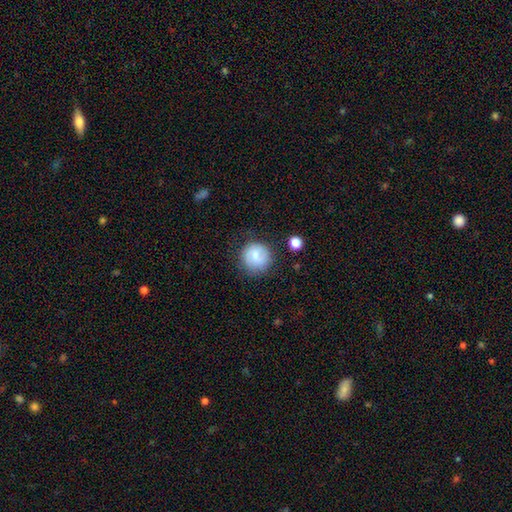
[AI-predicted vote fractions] Smooth or featured?
  - smooth: 69% *
  - featured or disk: 23%
  - star or artifact: 8%
How rounded?
  - round: 92% *
  - in between: 7%
  - cigar-shaped: 1%
Merging?
  - none: 77% *
  - minor disturbance: 16%
  - major disturbance: 5%
  - merger: 2%